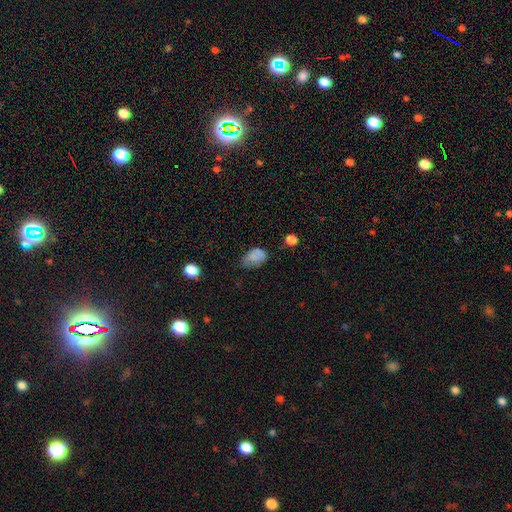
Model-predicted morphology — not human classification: smooth-or-featured: smooth: 79% | star or artifact: 11% | featured or disk: 10%
  how-rounded: in between: 85% | round: 14% | cigar-shaped: 1%
  merging: none: 47% | minor disturbance: 38% | major disturbance: 12% | merger: 3%